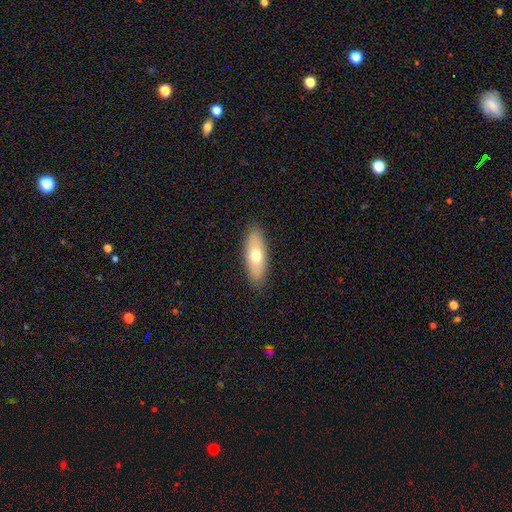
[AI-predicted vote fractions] The model was most divided on "smooth or featured": smooth: 66%, featured or disk: 28%, star or artifact: 6%. More confident: merging — none (88%); how rounded — in between (71%).